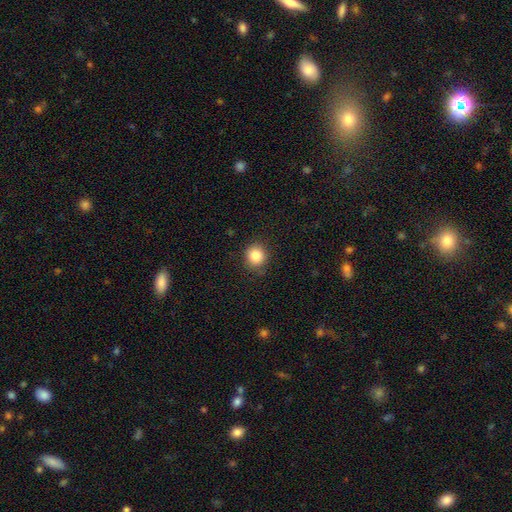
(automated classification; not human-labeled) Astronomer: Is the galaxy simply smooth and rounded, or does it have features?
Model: smooth — 86%.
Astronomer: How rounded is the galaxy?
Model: round — 89%.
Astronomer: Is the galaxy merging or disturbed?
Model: none — 87%.